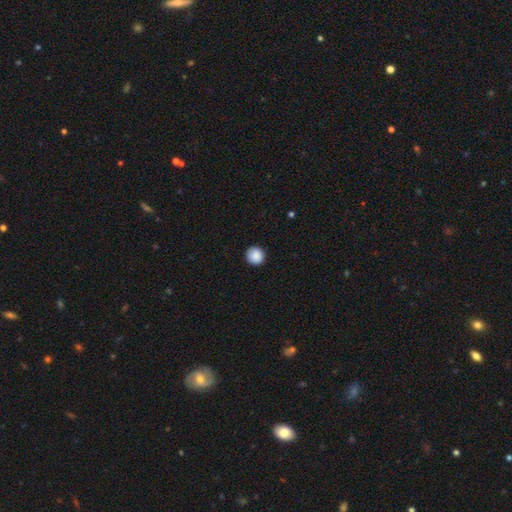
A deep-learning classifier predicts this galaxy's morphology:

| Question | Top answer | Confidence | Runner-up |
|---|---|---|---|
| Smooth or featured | smooth | 89% | star or artifact (8%) |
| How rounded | round | 93% | in between (6%) |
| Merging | none | 91% | minor disturbance (7%) |